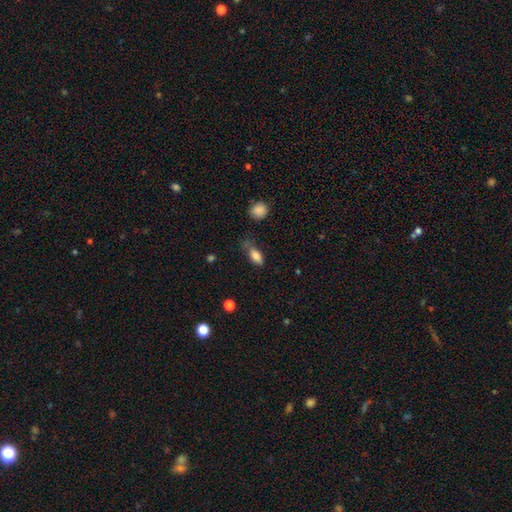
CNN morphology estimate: Smooth or featured? Predicted: smooth (p=0.83). How rounded? Predicted: in between (p=0.85). Merging? Predicted: none (p=0.52).